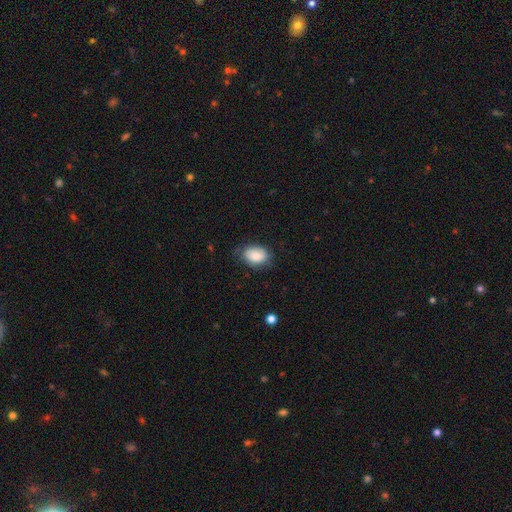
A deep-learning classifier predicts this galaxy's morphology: smooth_or_featured: smooth (p=0.83) [alt: featured or disk p=0.10]
how_rounded: in between (p=0.83) [alt: round p=0.16]
merging: none (p=0.71) [alt: minor disturbance p=0.22]